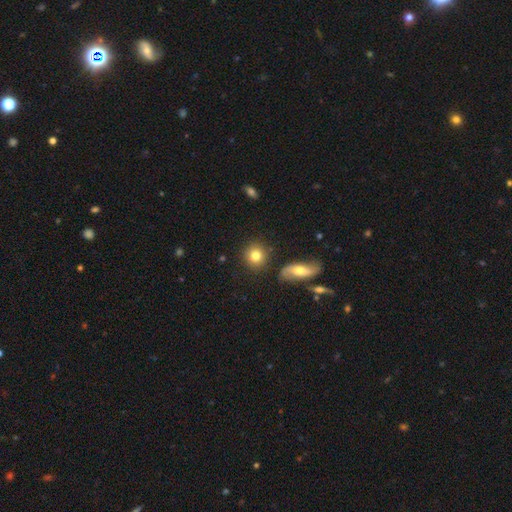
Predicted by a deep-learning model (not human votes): Smooth or featured? smooth (80%)
How rounded? round (89%)
Merging? none (85%)